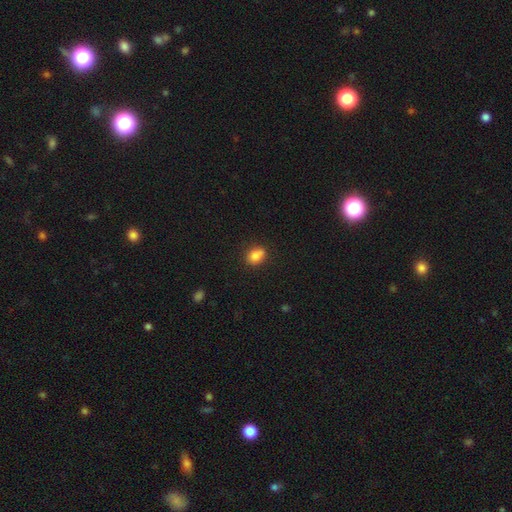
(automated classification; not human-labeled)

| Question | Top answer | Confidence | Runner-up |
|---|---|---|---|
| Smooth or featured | smooth | 82% | star or artifact (10%) |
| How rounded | in between | 63% | round (36%) |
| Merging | none | 68% | minor disturbance (20%) |